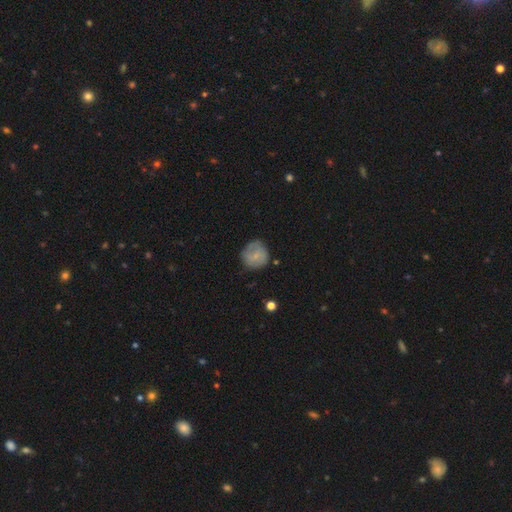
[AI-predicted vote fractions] This is likely a smooth galaxy (70%). How rounded: clearly round (88%). Merging: likely none (67%).